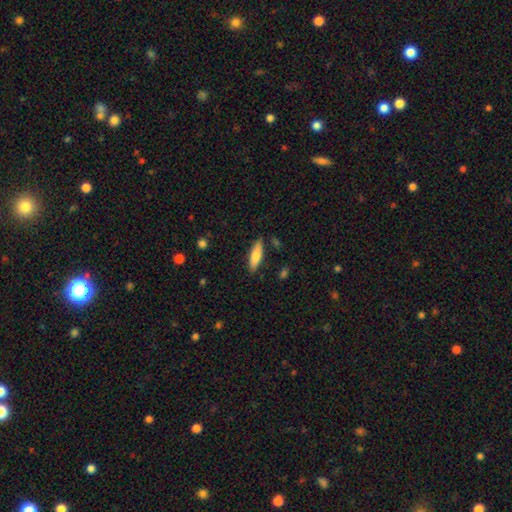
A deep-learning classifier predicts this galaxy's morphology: type=smooth (74%); roundness=cigar-shaped (55%); merging=none (85%).